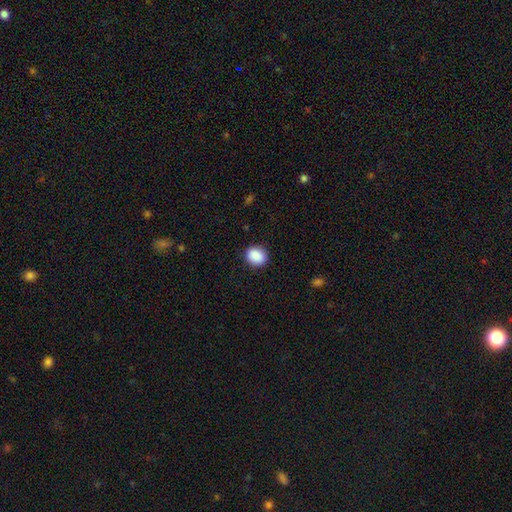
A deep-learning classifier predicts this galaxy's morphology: smooth-or-featured: smooth: 89% | star or artifact: 8% | featured or disk: 3%
  how-rounded: round: 59% | in between: 40% | cigar-shaped: 1%
  merging: none: 89% | minor disturbance: 8% | major disturbance: 2% | merger: 1%